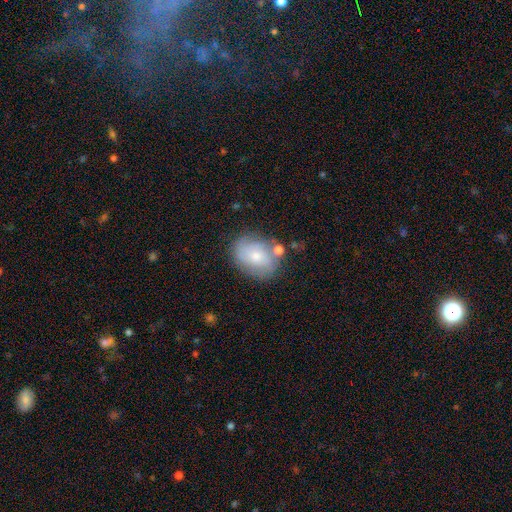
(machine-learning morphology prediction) Overall: smooth (51%; featured or disk 41%). How rounded: in between (61%; round 37%). Merging: none (63%).